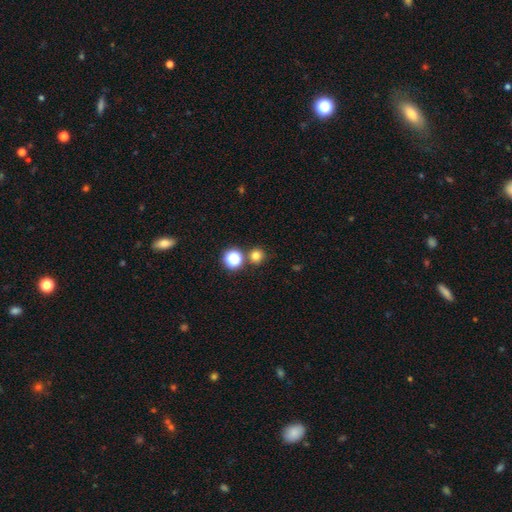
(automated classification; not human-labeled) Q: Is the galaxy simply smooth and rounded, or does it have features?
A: smooth — 75%.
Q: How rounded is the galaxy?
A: round — 93%.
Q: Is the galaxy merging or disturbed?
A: none — 79%.